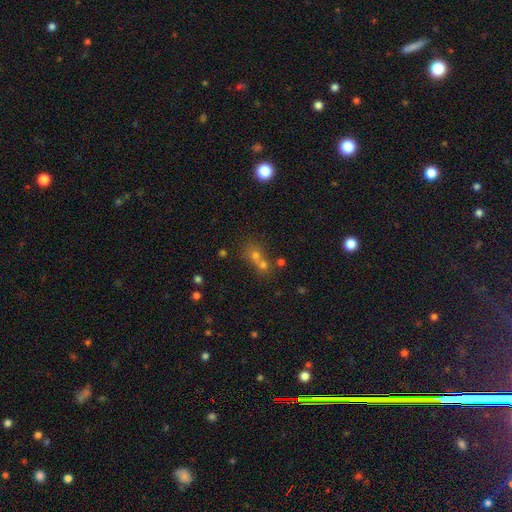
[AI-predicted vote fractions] A smooth galaxy with no disk features (56%) that is round (76%).

Vote fractions:
- Smooth or featured? smooth: 56% / star or artifact: 27% / featured or disk: 17%
- How rounded? round: 76% / in between: 22% / cigar-shaped: 2%
- Merging? merger: 55% / none: 35% / minor disturbance: 6% / major disturbance: 4%